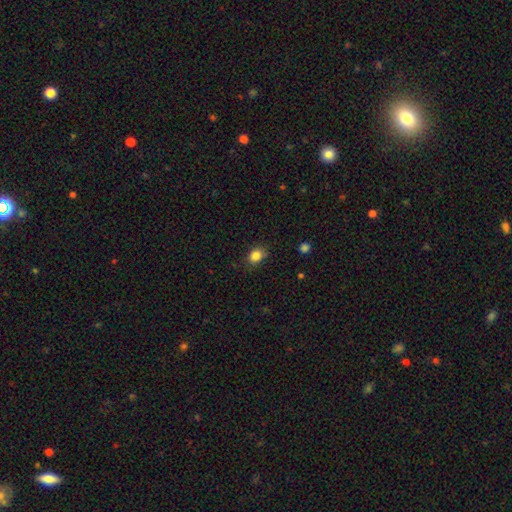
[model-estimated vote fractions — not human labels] A smooth galaxy with no disk features (85%) that is round (50%). Merging: none (81%).